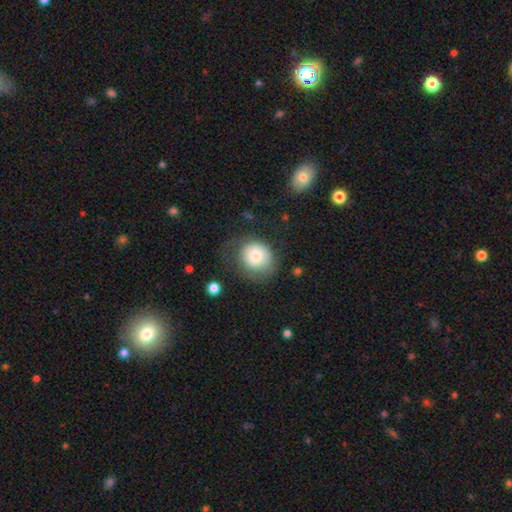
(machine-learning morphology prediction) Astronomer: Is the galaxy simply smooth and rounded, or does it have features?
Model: smooth — 77%.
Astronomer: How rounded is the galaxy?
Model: round — 79%.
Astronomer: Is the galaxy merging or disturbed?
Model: none — 52%.